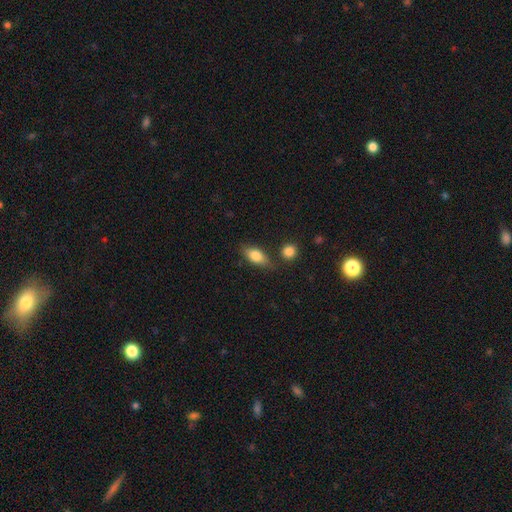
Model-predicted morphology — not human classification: Smooth or featured? smooth (79%)
How rounded? in between (83%)
Merging? none (72%)